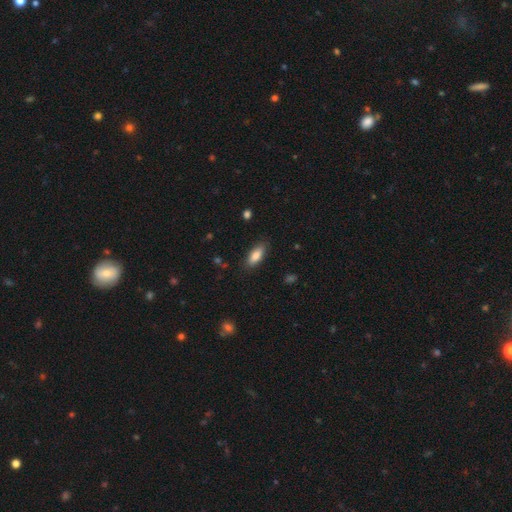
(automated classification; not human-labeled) smooth-or-featured: smooth: 83% | featured or disk: 10% | star or artifact: 7%
  how-rounded: in between: 76% | cigar-shaped: 22% | round: 2%
  merging: none: 84% | minor disturbance: 12% | major disturbance: 3% | merger: 1%